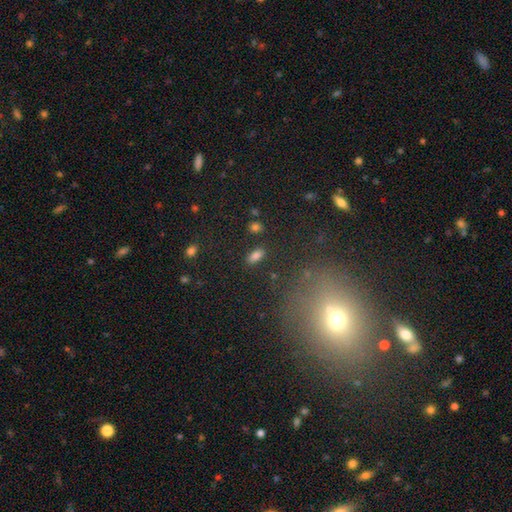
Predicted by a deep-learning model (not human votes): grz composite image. It shows a smooth galaxy with no disk features (82%) that is in between round and cigar-shaped (87%). Merging: none (86%).